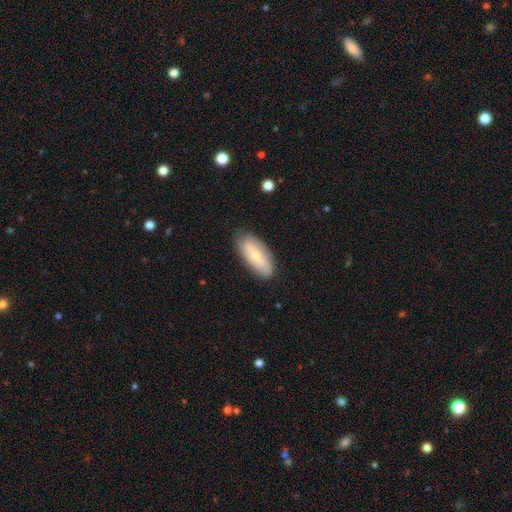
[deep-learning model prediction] A smooth galaxy with no disk features (66%) that is in between round and cigar-shaped (81%). Merging: none (82%).